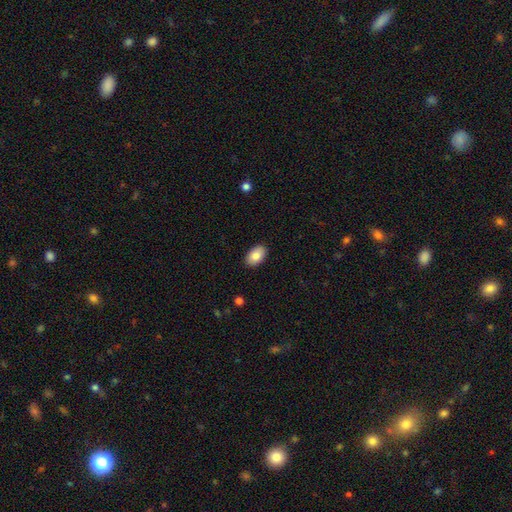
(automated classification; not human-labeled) Smooth or featured? smooth (84%)
How rounded? in between (92%)
Merging? none (89%)